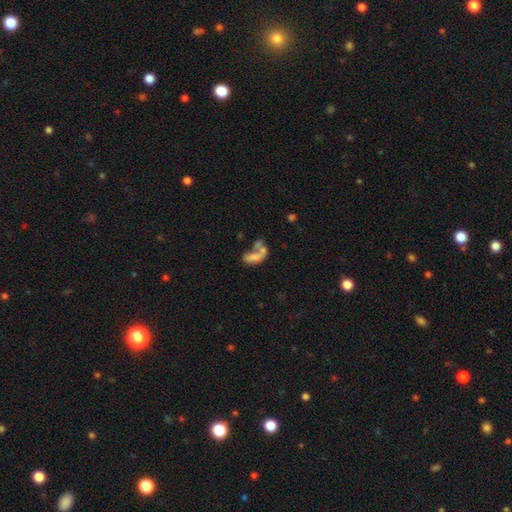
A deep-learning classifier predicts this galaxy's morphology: Smooth or featured? Predicted: smooth (p=0.53). How rounded? Predicted: in between (p=0.82). Merging? Predicted: merger (p=0.52).